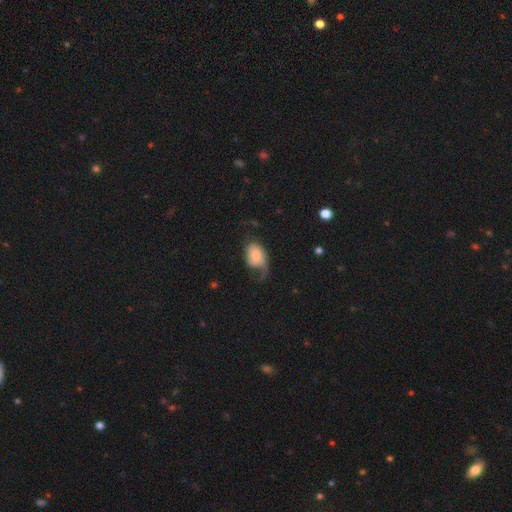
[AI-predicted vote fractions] Q: Smooth or featured?
A: featured or disk (47%); runner-up: smooth (46%)
Q: Merging?
A: major disturbance (37%); runner-up: none (35%)